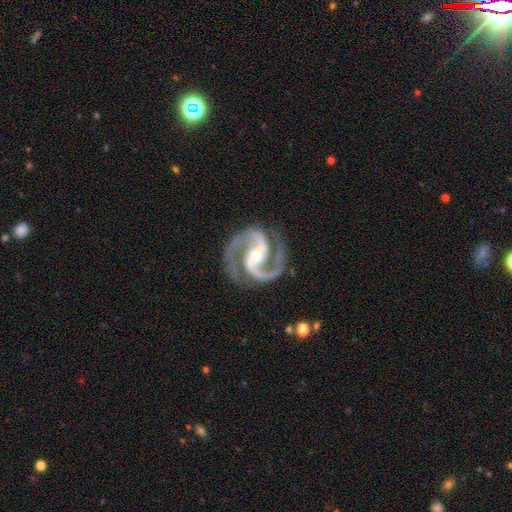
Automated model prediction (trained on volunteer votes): This is clearly a featured or disk galaxy (95%). It is clearly not viewed edge-on (98%). Bar: marginally strong (44%). Spiral arm pattern: clearly yes (99%). Spiral arm count: clearly 2 (93%). Spiral winding: likely medium (68%). Central bulge: possibly moderate (55%). Merging: clearly none (84%).